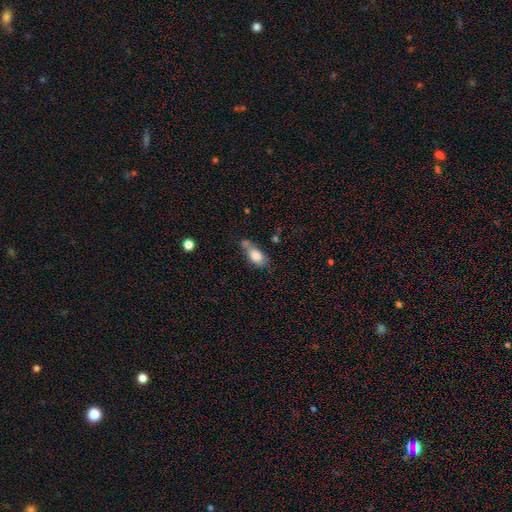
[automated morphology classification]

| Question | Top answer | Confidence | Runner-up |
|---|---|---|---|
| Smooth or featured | smooth | 80% | featured or disk (12%) |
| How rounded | in between | 84% | round (8%) |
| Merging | none | 40% | merger (28%) |